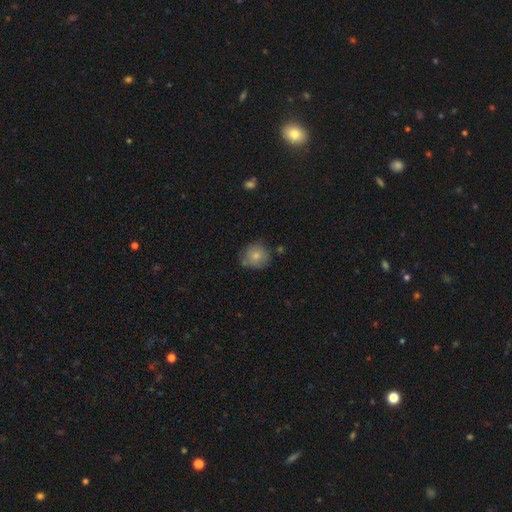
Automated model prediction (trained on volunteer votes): This is likely a smooth galaxy (79%). How rounded: clearly round (84%). Merging: likely none (70%).